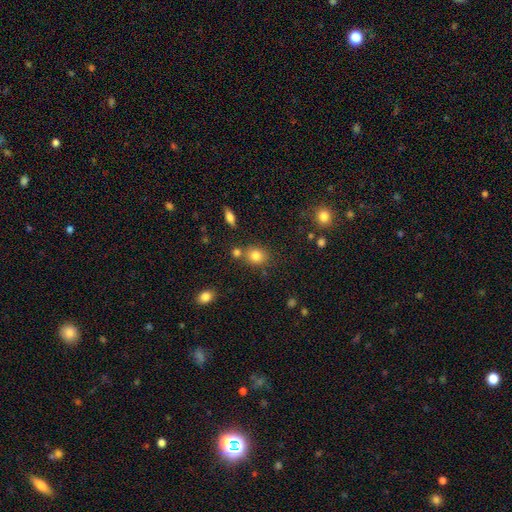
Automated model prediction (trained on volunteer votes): A smooth galaxy with no disk features (81%) that is round (62%).

Vote fractions:
- Smooth or featured? smooth: 81% / star or artifact: 11% / featured or disk: 8%
- How rounded? round: 62% / in between: 36% / cigar-shaped: 1%
- Merging? none: 71% / merger: 14% / minor disturbance: 12% / major disturbance: 4%